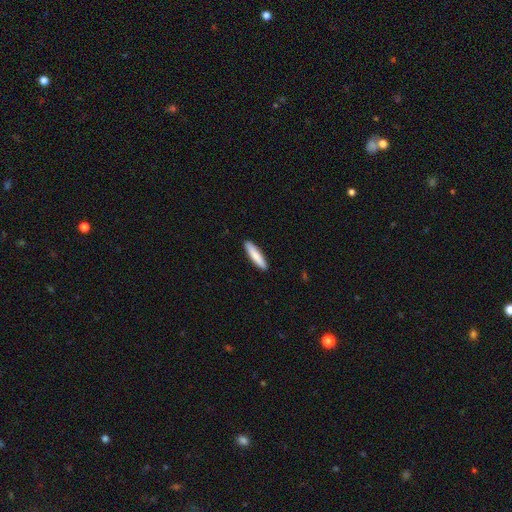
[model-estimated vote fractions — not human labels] This appears to be a smooth galaxy with no disk features (83%) that is cigar-shaped (84%). Merging: none (91%).